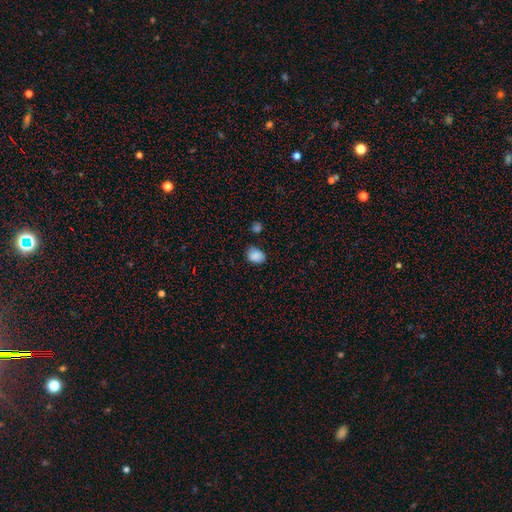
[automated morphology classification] A smooth galaxy with no disk features (87%) that is in between round and cigar-shaped (61%). Merging: none (71%).